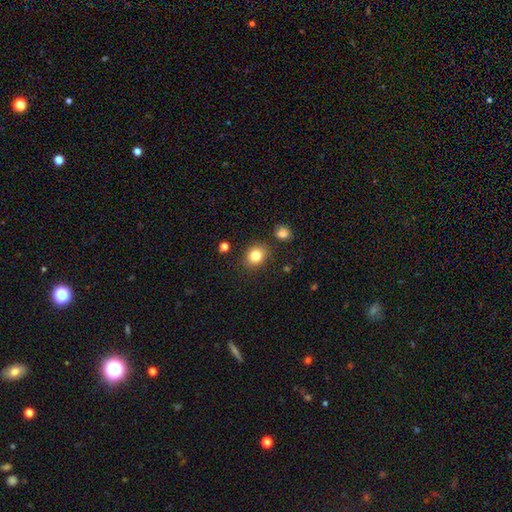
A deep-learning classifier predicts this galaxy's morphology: The model was most divided on "how rounded": round: 65%, in between: 35%, cigar-shaped: 1%. More confident: merging — none (84%); smooth or featured — smooth (82%).